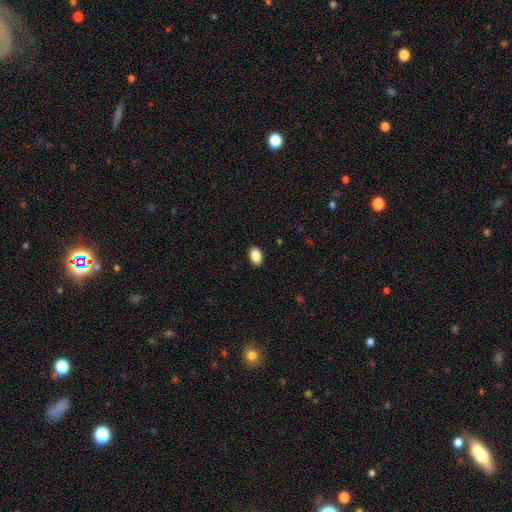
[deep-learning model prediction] A smooth galaxy with no disk features (88%) that is in between round and cigar-shaped (88%). Merging: none (90%).